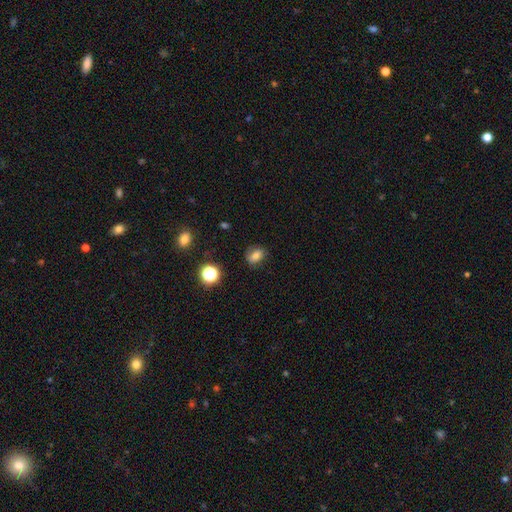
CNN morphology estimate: Smooth or featured? Predicted: smooth (p=0.71). How rounded? Predicted: in between (p=0.65). Merging? Predicted: none (p=0.76).